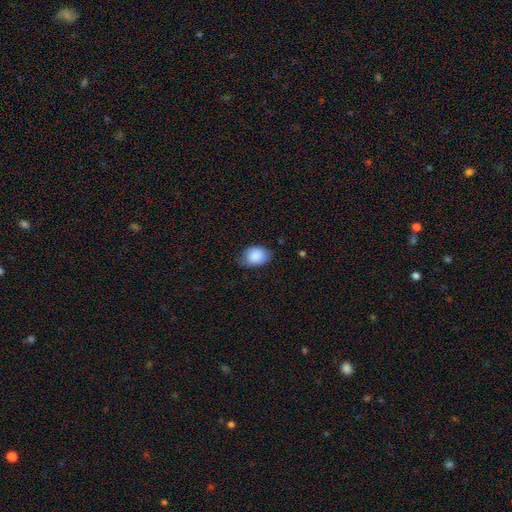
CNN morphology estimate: smooth-or-featured: smooth: 87% | star or artifact: 7% | featured or disk: 6%
  how-rounded: in between: 71% | round: 28% | cigar-shaped: 1%
  merging: none: 71% | minor disturbance: 24% | major disturbance: 4% | merger: 1%